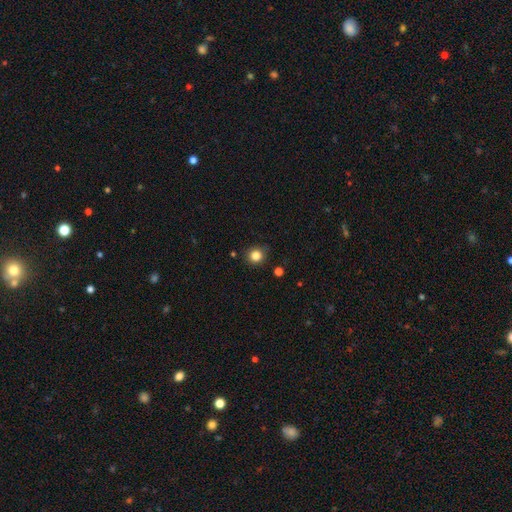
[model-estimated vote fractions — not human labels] Morphology: type=smooth (83%); roundness=round (91%); merging=none (87%).